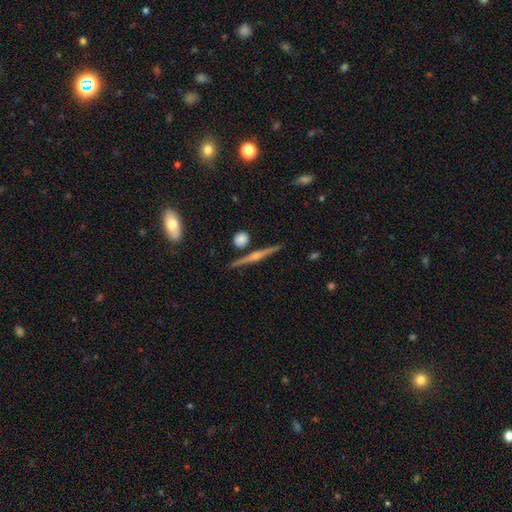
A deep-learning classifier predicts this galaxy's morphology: Smooth or featured?
  - featured or disk: 78% *
  - smooth: 15%
  - star or artifact: 7%
Edge-on disk?
  - yes: 98% *
  - no: 2%
Edge-on bulge?
  - rounded: 81% *
  - boxy: 10%
  - none: 8%
Merging?
  - none: 88% *
  - minor disturbance: 7%
  - merger: 3%
  - major disturbance: 2%